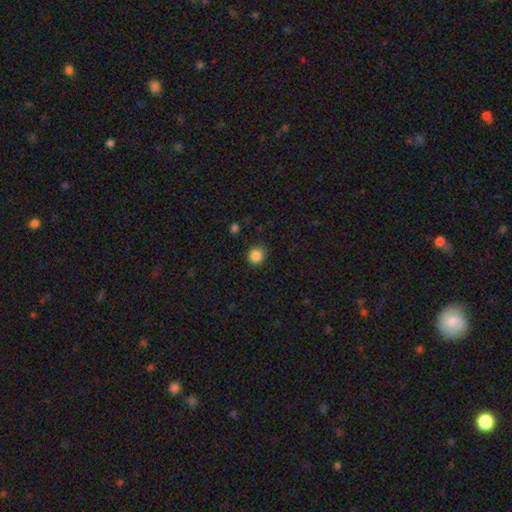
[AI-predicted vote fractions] Smooth or featured? smooth (85%)
How rounded? round (90%)
Merging? none (86%)